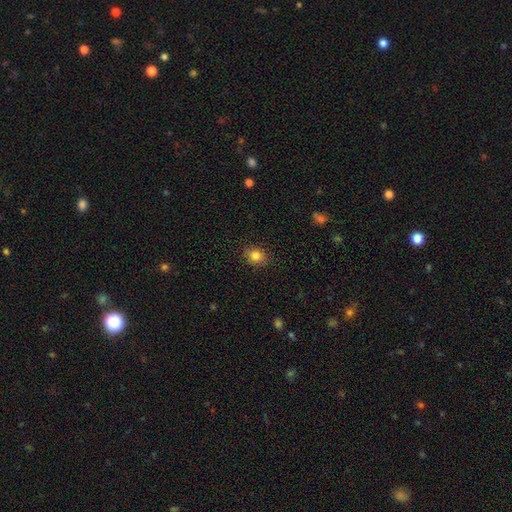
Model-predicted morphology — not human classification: Smooth or featured? smooth (83%)
How rounded? round (66%)
Merging? none (88%)